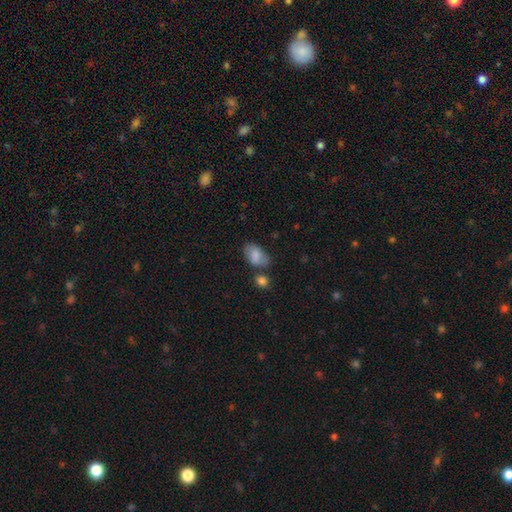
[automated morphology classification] The model was most divided on "merging": none: 63%, minor disturbance: 20%, merger: 12%, major disturbance: 5%. More confident: how rounded — in between (91%); smooth or featured — smooth (81%).